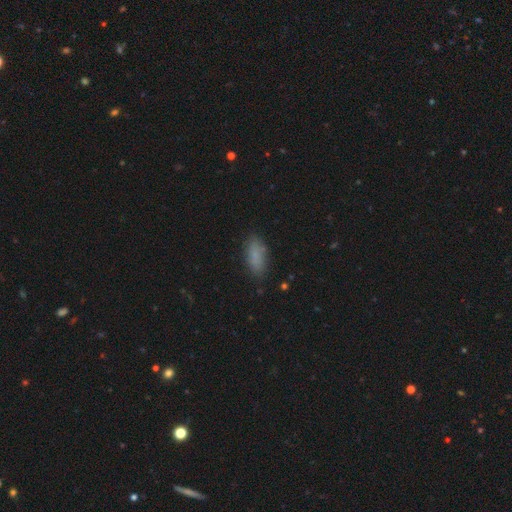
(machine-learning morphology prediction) This is clearly a smooth galaxy (83%). How rounded: likely in between (79%). Merging: clearly none (80%).